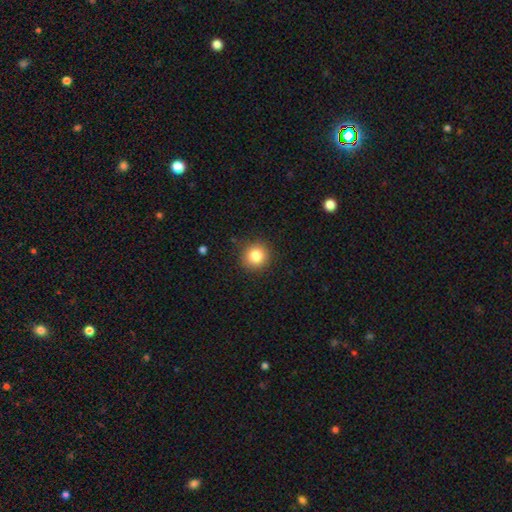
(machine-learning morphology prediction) A smooth galaxy with no disk features (83%) that is round (93%).

Vote fractions:
- Smooth or featured? smooth: 83% / star or artifact: 11% / featured or disk: 7%
- How rounded? round: 93% / in between: 6% / cigar-shaped: 1%
- Merging? none: 90% / minor disturbance: 7% / major disturbance: 2% / merger: 1%